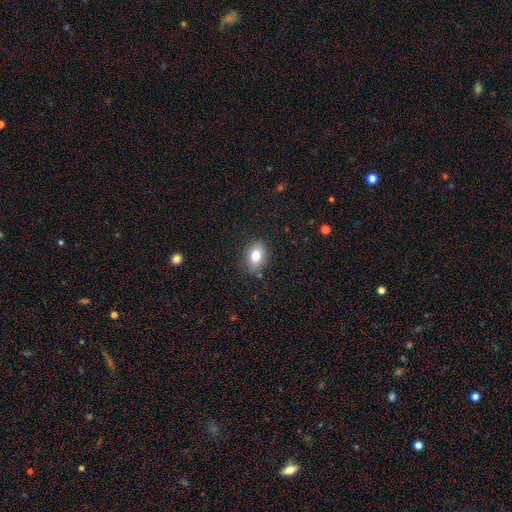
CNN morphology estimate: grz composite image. It shows a smooth galaxy with no disk features (80%) that is in between round and cigar-shaped (71%). Merging: none (80%).